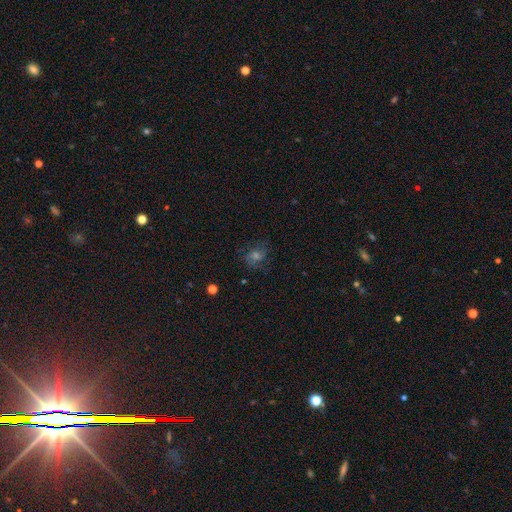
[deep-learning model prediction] featured or disk 48%, smooth 27%, star or artifact 25%. Down the decision tree: merging — none (72%).